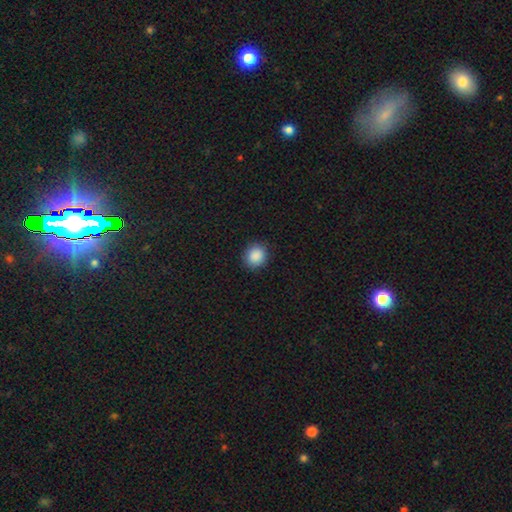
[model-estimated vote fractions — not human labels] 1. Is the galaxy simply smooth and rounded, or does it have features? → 89% smooth, 8% star or artifact, 3% featured or disk.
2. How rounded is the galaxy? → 82% round, 17% in between, 1% cigar-shaped.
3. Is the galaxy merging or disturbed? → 90% none, 7% minor disturbance, 2% major disturbance, 1% merger.